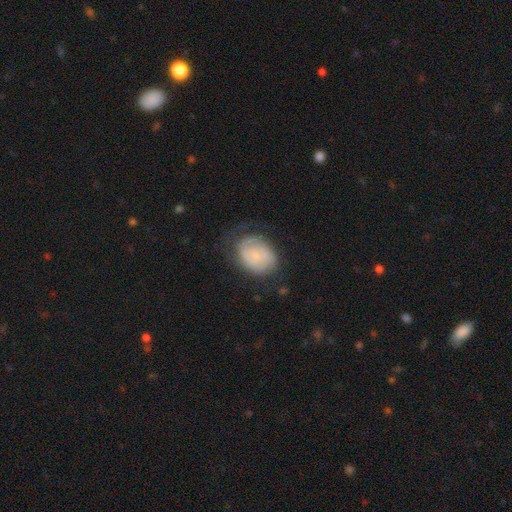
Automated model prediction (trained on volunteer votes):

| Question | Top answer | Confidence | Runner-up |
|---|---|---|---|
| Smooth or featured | smooth | 51% | featured or disk (41%) |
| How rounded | in between | 61% | round (38%) |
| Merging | none | 56% | minor disturbance (27%) |